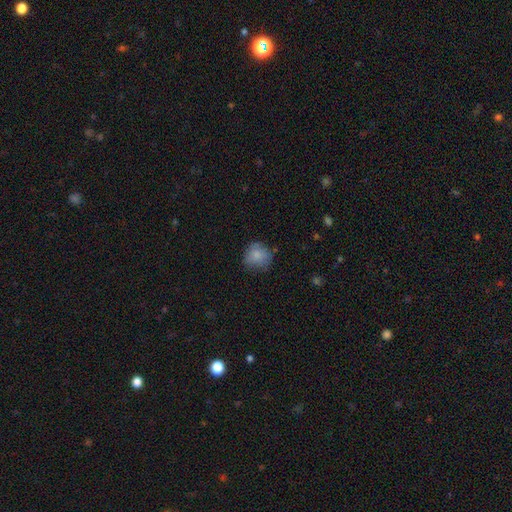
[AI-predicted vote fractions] Morphology: type=smooth (81%); roundness=round (84%); merging=none (69%).